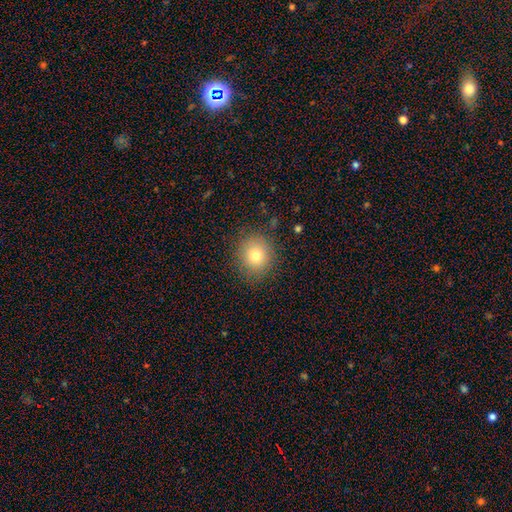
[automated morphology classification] smooth_or_featured: smooth (p=0.76) [alt: star or artifact p=0.12]
how_rounded: round (p=0.84) [alt: in between p=0.15]
merging: none (p=0.86) [alt: minor disturbance p=0.10]